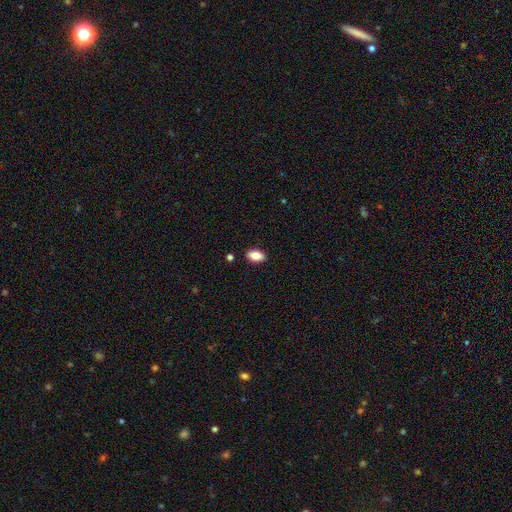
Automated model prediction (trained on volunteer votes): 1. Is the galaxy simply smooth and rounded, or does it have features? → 83% smooth, 9% featured or disk, 8% star or artifact.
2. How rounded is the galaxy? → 90% in between, 7% round, 3% cigar-shaped.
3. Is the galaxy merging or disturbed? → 89% none, 8% minor disturbance, 2% major disturbance, 2% merger.